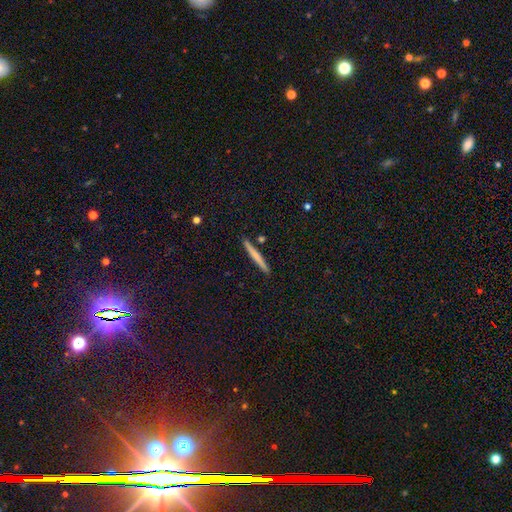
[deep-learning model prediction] Overall: smooth (63%; featured or disk 31%). How rounded: cigar-shaped (96%). Merging: none (90%).